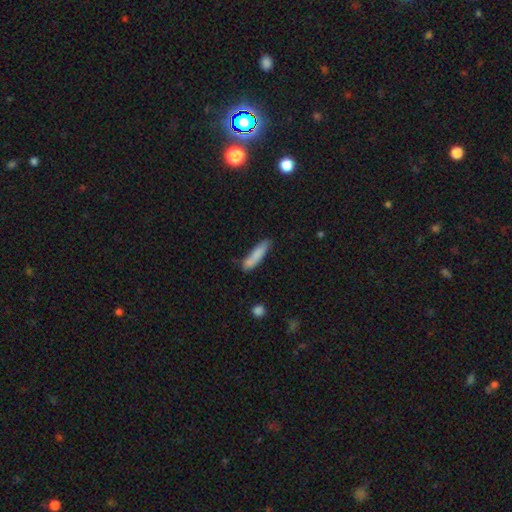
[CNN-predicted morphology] Smooth or featured? smooth (83%)
How rounded? cigar-shaped (79%)
Merging? none (74%)